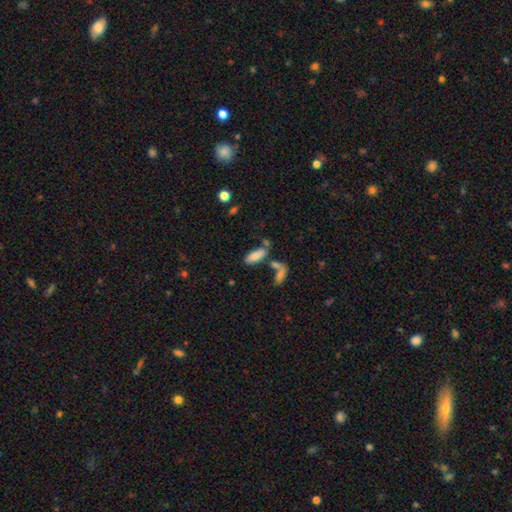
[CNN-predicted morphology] Smooth or featured?
  - smooth: 77% *
  - featured or disk: 13%
  - star or artifact: 9%
How rounded?
  - in between: 81% *
  - cigar-shaped: 17%
  - round: 2%
Merging?
  - none: 49% *
  - merger: 29%
  - minor disturbance: 14%
  - major disturbance: 8%